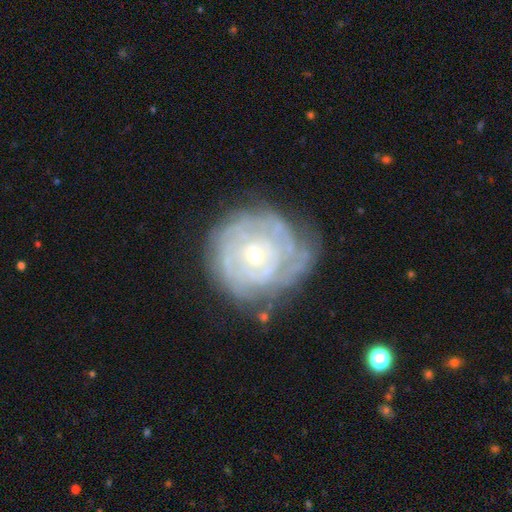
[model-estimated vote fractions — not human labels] A featured or disk galaxy (79%) with no bar (81%), tight (79%) spiral arms (82%) and a small central bulge (67%). Merging: none (64%).